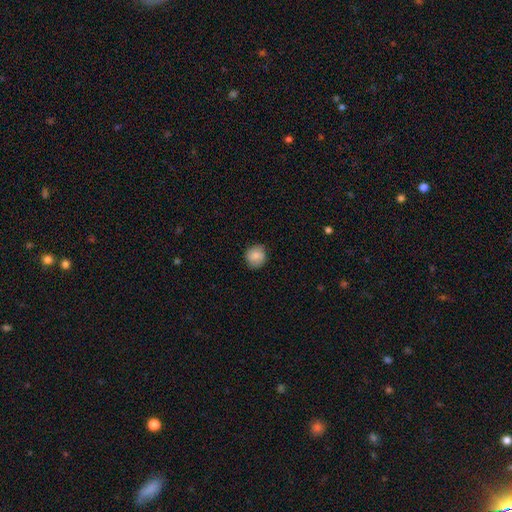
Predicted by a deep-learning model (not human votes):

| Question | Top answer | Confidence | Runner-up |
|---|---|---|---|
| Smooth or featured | smooth | 83% | featured or disk (9%) |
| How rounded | round | 84% | in between (15%) |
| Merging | none | 85% | minor disturbance (11%) |